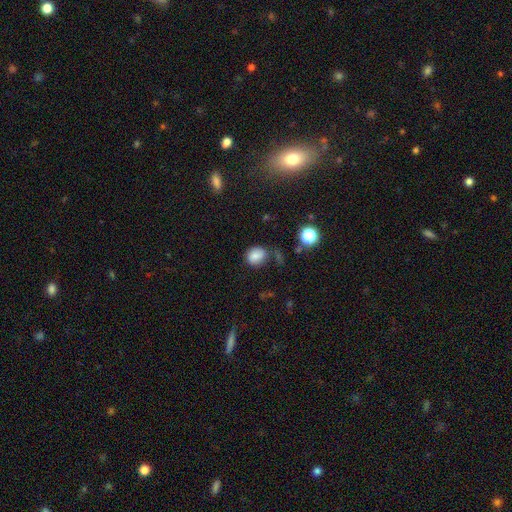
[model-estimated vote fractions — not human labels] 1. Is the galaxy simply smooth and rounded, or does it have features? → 80% smooth, 12% star or artifact, 7% featured or disk.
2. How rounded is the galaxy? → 56% round, 42% in between, 1% cigar-shaped.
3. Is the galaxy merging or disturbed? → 66% none, 20% minor disturbance, 7% merger, 7% major disturbance.